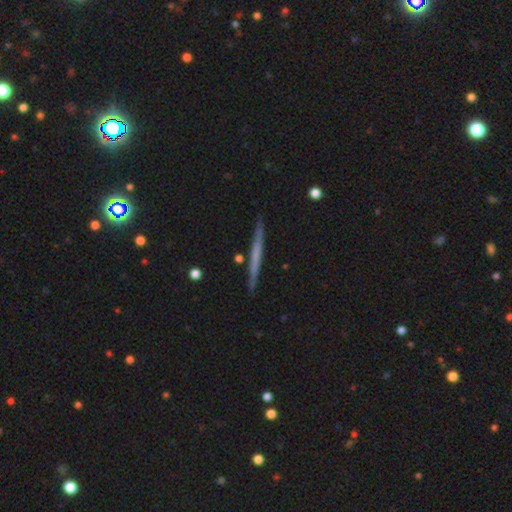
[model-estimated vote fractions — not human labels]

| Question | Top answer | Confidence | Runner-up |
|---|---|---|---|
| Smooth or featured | featured or disk | 49% | smooth (45%) |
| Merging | none | 90% | minor disturbance (7%) |